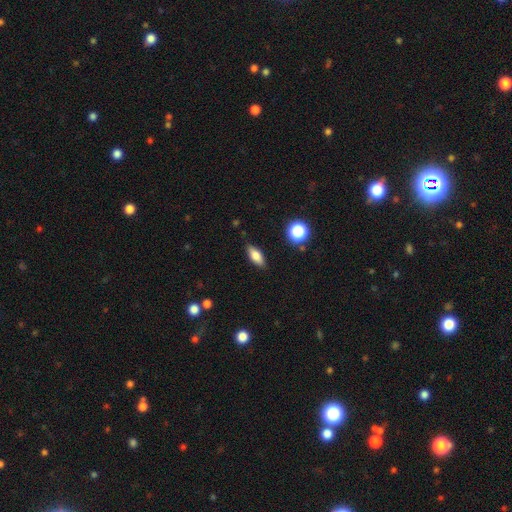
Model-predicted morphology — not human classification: A smooth galaxy with no disk features (74%) that is in between round and cigar-shaped (77%). Merging: none (86%).